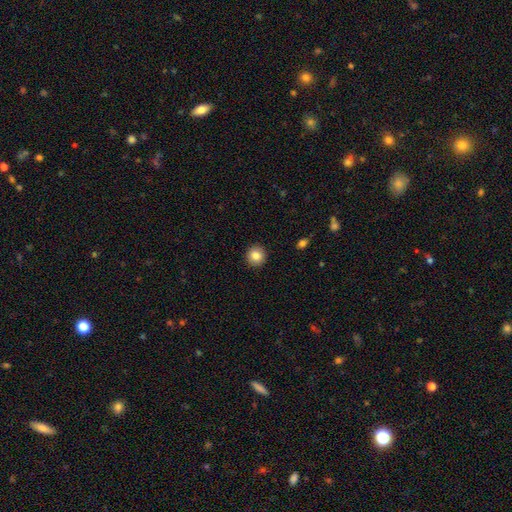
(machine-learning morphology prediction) Q: Smooth or featured?
A: smooth (85%); runner-up: star or artifact (9%)
Q: How rounded?
A: round (92%); runner-up: in between (7%)
Q: Merging?
A: none (92%); runner-up: minor disturbance (5%)